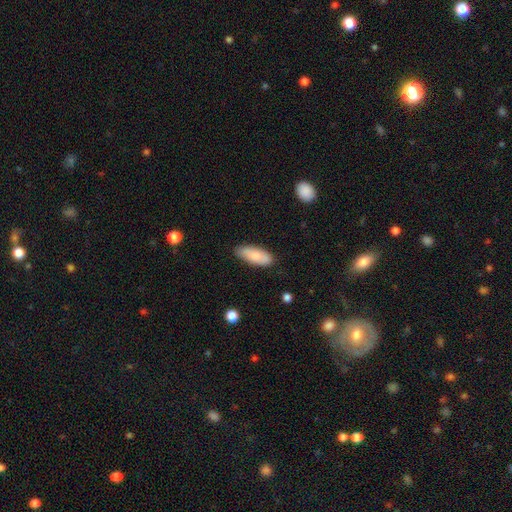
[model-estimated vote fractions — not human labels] Smooth or featured: smooth — 83% (featured or disk — 11%)
How rounded: in between — 77% (cigar-shaped — 21%)
Merging: none — 78% (minor disturbance — 17%)